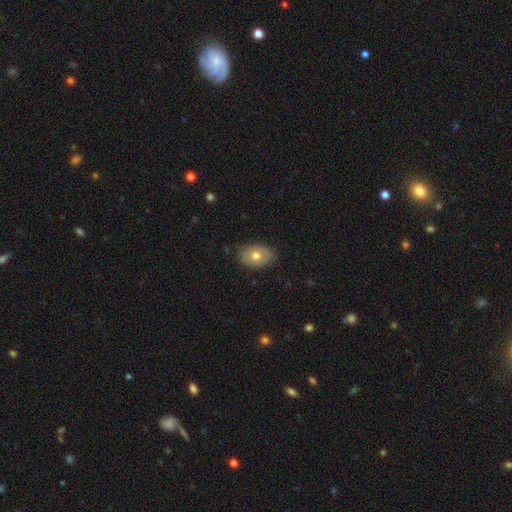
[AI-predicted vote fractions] The model was most divided on "smooth or featured": smooth: 61%, featured or disk: 33%, star or artifact: 7%. More confident: merging — none (81%); how rounded — in between (74%).